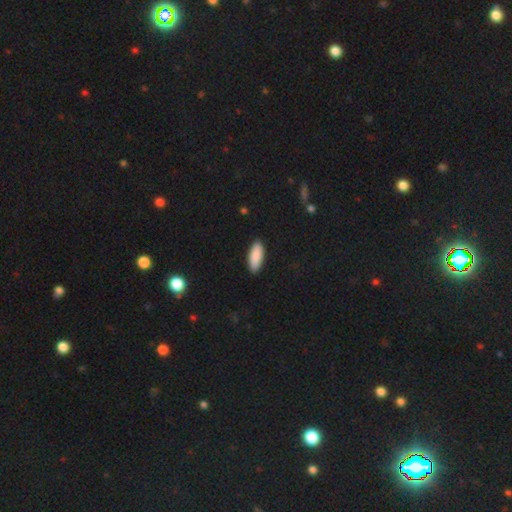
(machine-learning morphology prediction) This appears to be a smooth galaxy with no disk features (90%) that is in between round and cigar-shaped (79%). Merging: none (90%).